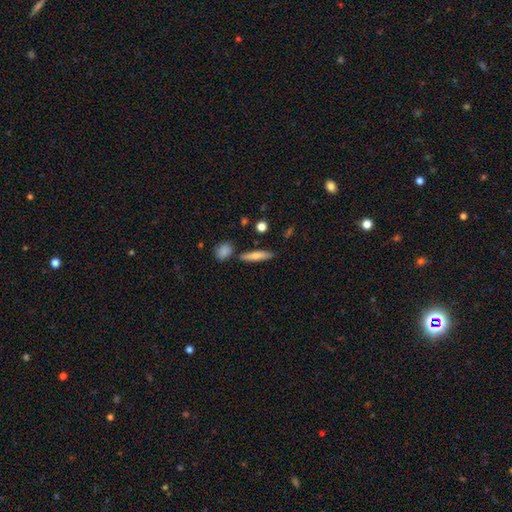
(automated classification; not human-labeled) Q: Smooth or featured?
A: smooth (72%); runner-up: featured or disk (21%)
Q: How rounded?
A: cigar-shaped (77%); runner-up: in between (21%)
Q: Merging?
A: none (80%); runner-up: minor disturbance (11%)